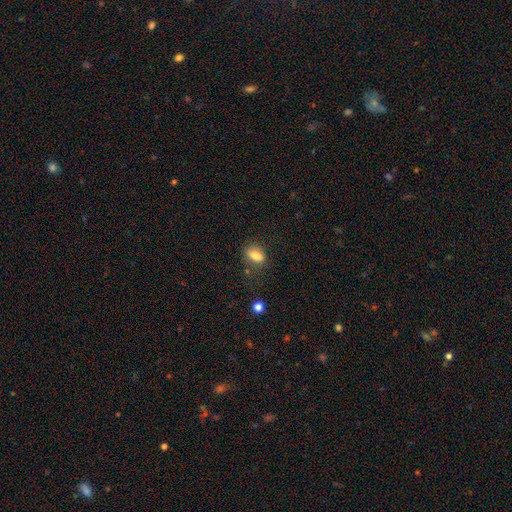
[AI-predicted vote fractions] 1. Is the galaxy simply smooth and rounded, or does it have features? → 81% smooth, 9% star or artifact, 9% featured or disk.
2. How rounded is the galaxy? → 81% in between, 13% round, 6% cigar-shaped.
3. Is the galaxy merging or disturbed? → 71% none, 18% minor disturbance, 6% major disturbance, 4% merger.